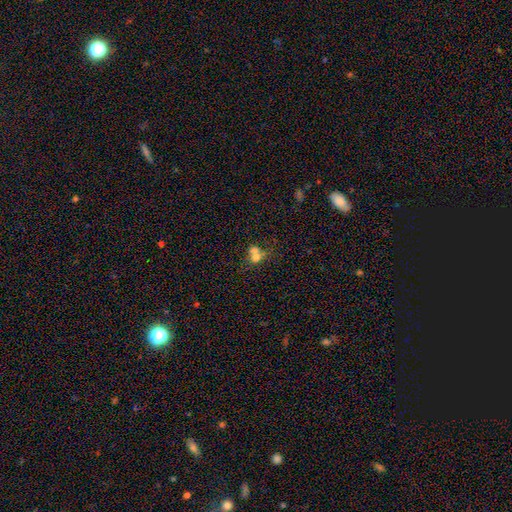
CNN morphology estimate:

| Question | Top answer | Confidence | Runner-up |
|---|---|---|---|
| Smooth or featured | smooth | 66% | featured or disk (19%) |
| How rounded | round | 75% | in between (24%) |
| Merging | merger | 61% | none (28%) |